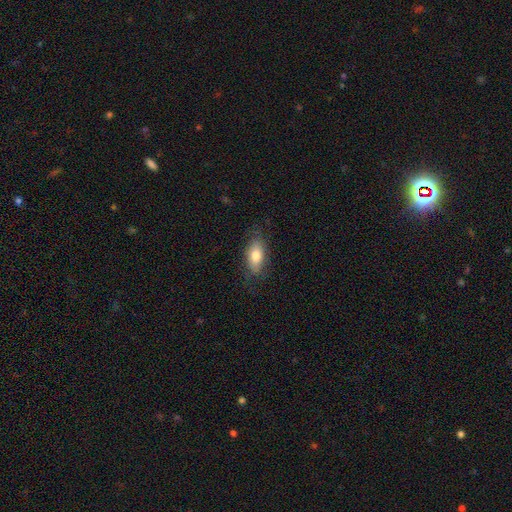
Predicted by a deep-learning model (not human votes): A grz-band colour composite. It shows a smooth galaxy with no disk features (75%) that is in between round and cigar-shaped (87%). Merging: none (75%).